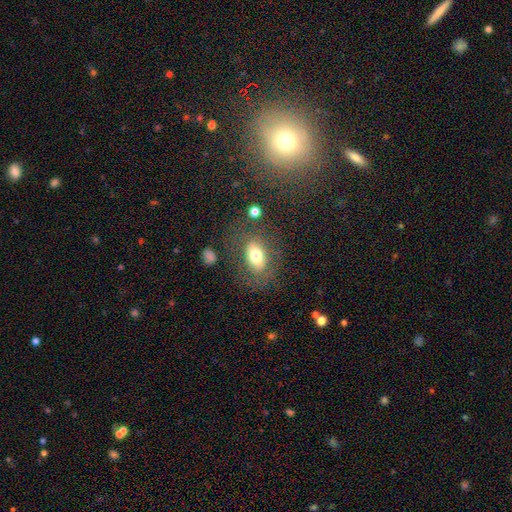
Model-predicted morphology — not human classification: Smooth or featured?
  - smooth: 65% *
  - featured or disk: 26%
  - star or artifact: 10%
How rounded?
  - in between: 82% *
  - round: 16%
  - cigar-shaped: 2%
Merging?
  - none: 67% *
  - minor disturbance: 17%
  - major disturbance: 12%
  - merger: 4%